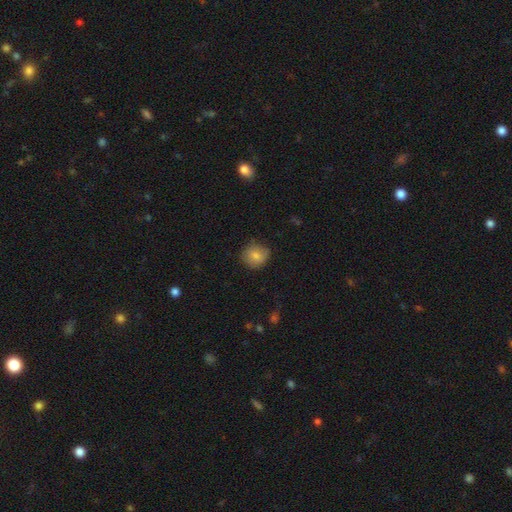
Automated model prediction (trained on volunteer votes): The model was most divided on "merging": none: 79%, minor disturbance: 17%, major disturbance: 4%, merger: 1%. More confident: how rounded — round (84%); smooth or featured — smooth (80%).